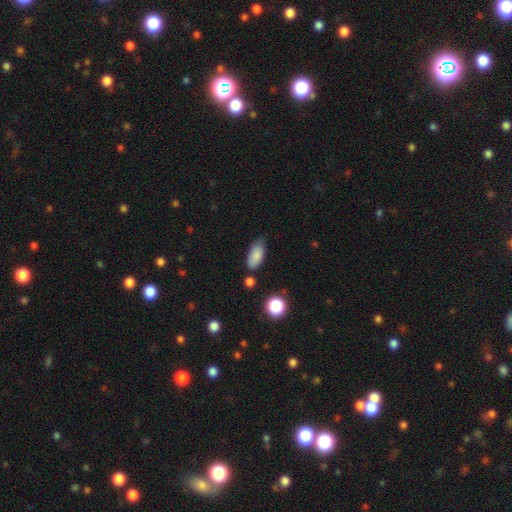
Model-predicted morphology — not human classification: Overall: smooth (85%). How rounded: in between (87%). Merging: none (62%; minor disturbance 28%).